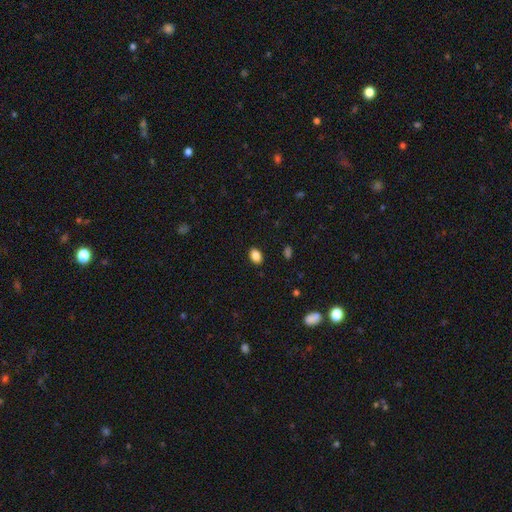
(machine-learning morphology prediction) This appears to be a smooth galaxy with no disk features (87%) that is in between round and cigar-shaped (82%). Merging: none (89%).